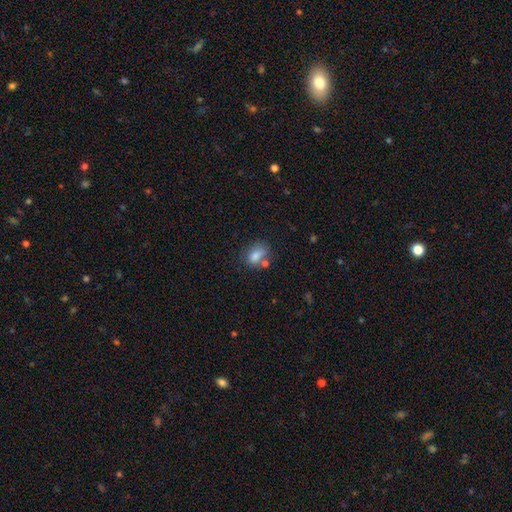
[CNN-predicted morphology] Smooth or featured?
  - smooth: 80% *
  - star or artifact: 10%
  - featured or disk: 9%
How rounded?
  - in between: 76% *
  - round: 22%
  - cigar-shaped: 2%
Merging?
  - none: 54% *
  - minor disturbance: 19%
  - merger: 19%
  - major disturbance: 7%